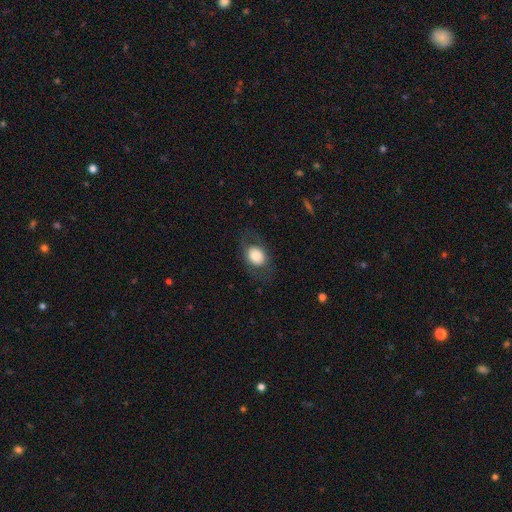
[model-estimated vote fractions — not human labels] Morphology: type=smooth (72%); roundness=in between (57%); merging=none (72%).